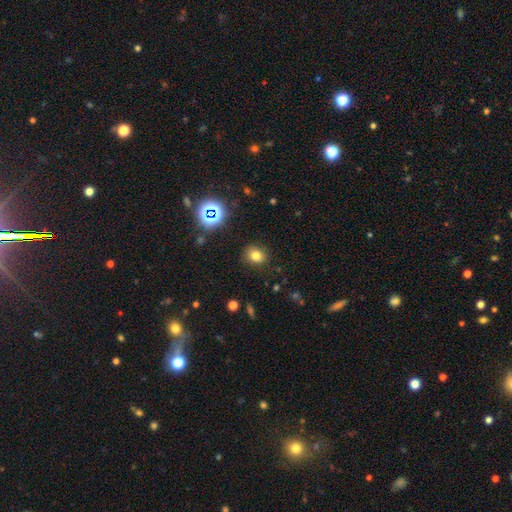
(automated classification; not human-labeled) A smooth galaxy with no disk features (75%) that is round (67%). Merging: none (86%).